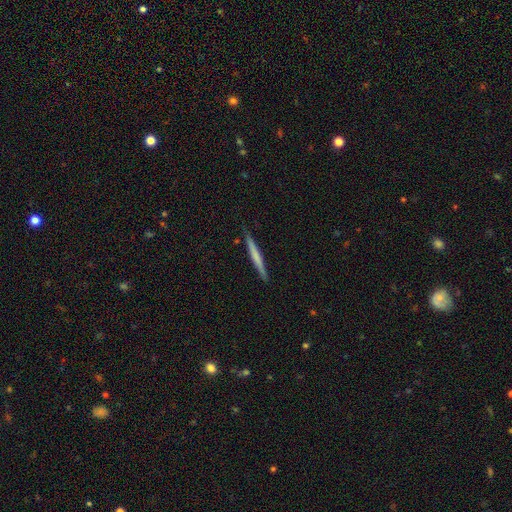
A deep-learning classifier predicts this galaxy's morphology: smooth 54%, featured or disk 41%, star or artifact 5%. Down the decision tree: how rounded — cigar-shaped (97%); merging — none (89%).